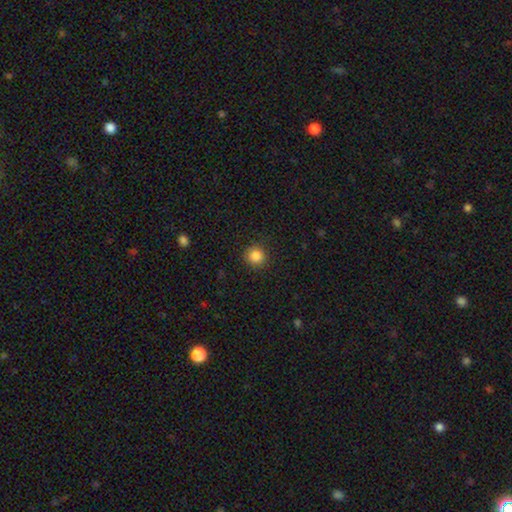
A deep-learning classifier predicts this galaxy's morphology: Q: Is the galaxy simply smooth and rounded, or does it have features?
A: smooth — 85%.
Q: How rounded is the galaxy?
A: round — 93%.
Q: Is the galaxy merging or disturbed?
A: none — 89%.